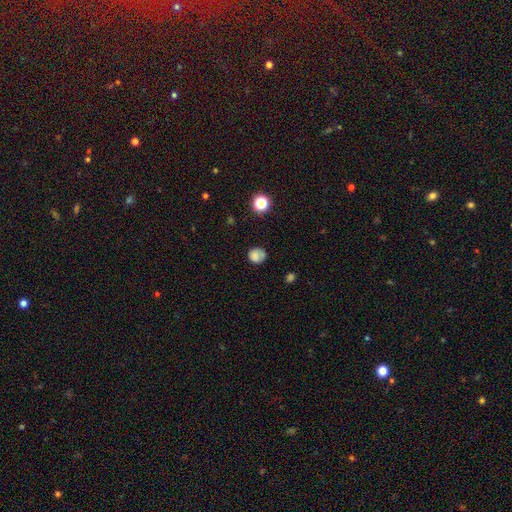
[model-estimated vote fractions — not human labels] smooth 80%, star or artifact 12%, featured or disk 9%. Down the decision tree: how rounded — round (79%); merging — none (68%).